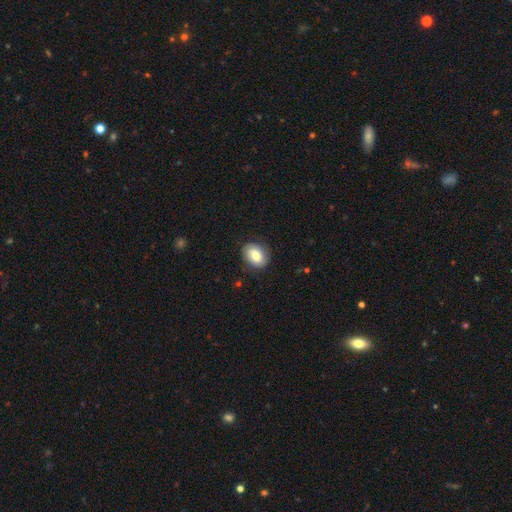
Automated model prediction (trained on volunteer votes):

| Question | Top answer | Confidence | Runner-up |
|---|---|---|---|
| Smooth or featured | smooth | 69% | featured or disk (24%) |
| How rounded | in between | 66% | round (33%) |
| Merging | none | 80% | minor disturbance (15%) |